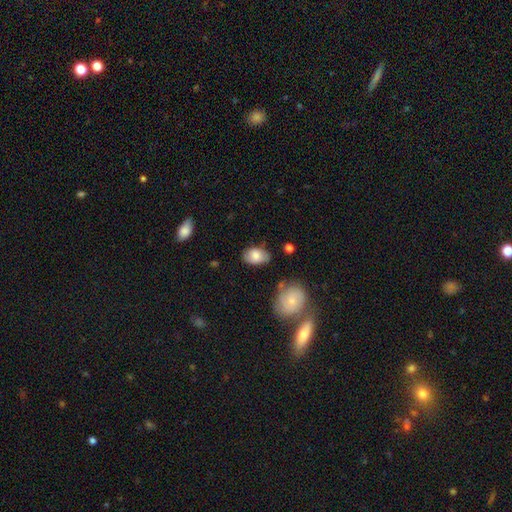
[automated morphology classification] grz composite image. It shows a smooth galaxy with no disk features (78%) that is in between round and cigar-shaped (90%). Merging: none (74%).